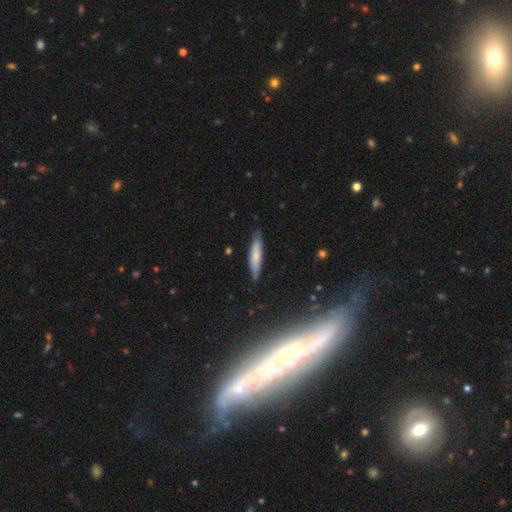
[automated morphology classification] Smooth or featured: smooth — 68% (featured or disk — 26%)
How rounded: cigar-shaped — 86% (in between — 13%)
Merging: none — 84% (minor disturbance — 13%)